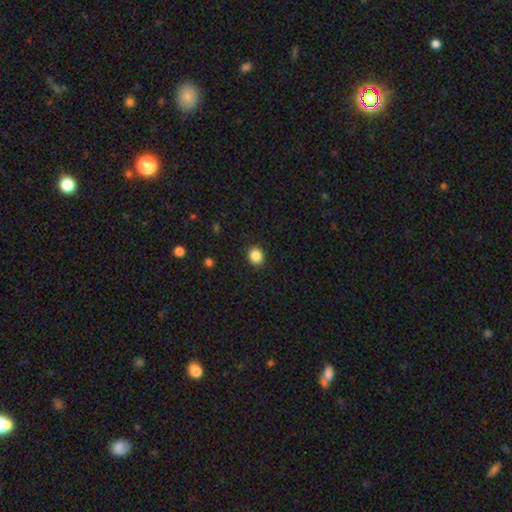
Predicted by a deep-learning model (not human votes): Overall: smooth (86%). How rounded: round (68%; in between 31%). Merging: none (91%).